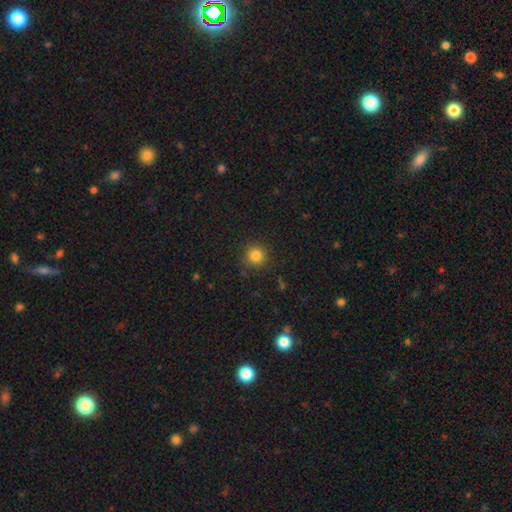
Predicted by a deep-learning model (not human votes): smooth_or_featured: smooth (p=0.83) [alt: star or artifact p=0.13]
how_rounded: round (p=0.94) [alt: in between p=0.05]
merging: none (p=0.88) [alt: minor disturbance p=0.08]